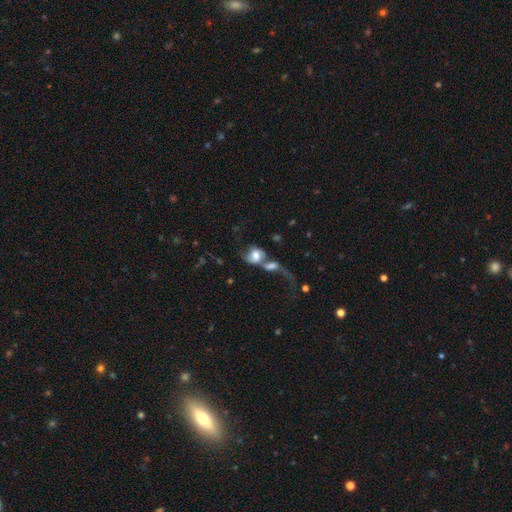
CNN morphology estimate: A smooth galaxy with no disk features (54%) that is round (53%).

Vote fractions:
- Smooth or featured? smooth: 54% / featured or disk: 36% / star or artifact: 10%
- How rounded? round: 53% / in between: 45% / cigar-shaped: 2%
- Merging? merger: 70% / major disturbance: 15% / none: 10% / minor disturbance: 5%